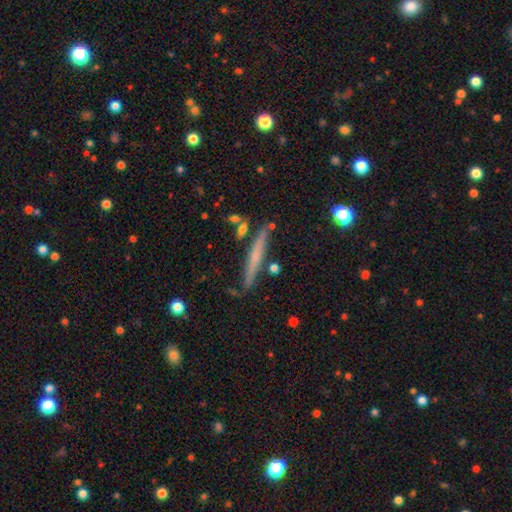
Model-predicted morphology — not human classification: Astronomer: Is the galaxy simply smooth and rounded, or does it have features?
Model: featured or disk — 49% (runner-up: smooth, 43%).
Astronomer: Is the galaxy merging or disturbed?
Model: none — 85%.